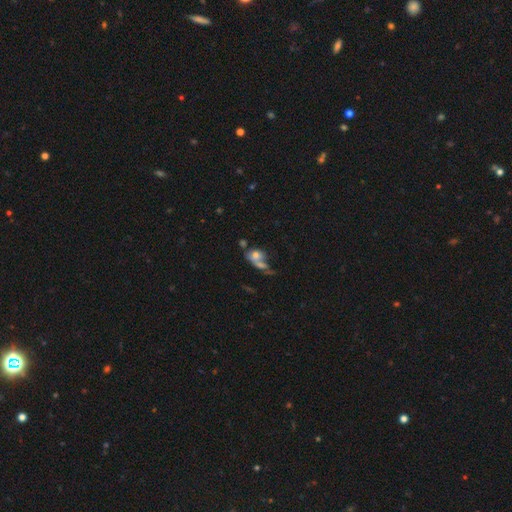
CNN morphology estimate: A smooth galaxy with no disk features (59%) that is in between round and cigar-shaped (67%).

Vote fractions:
- Smooth or featured? smooth: 59% / featured or disk: 29% / star or artifact: 12%
- How rounded? in between: 67% / round: 29% / cigar-shaped: 4%
- Merging? merger: 44% / none: 24% / major disturbance: 19% / minor disturbance: 13%